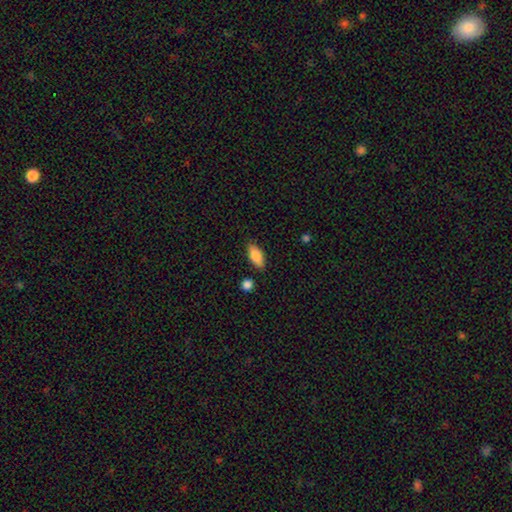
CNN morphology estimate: smooth_or_featured: smooth (p=0.83) [alt: featured or disk p=0.10]
how_rounded: in between (p=0.85) [alt: cigar-shaped p=0.12]
merging: none (p=0.84) [alt: minor disturbance p=0.11]